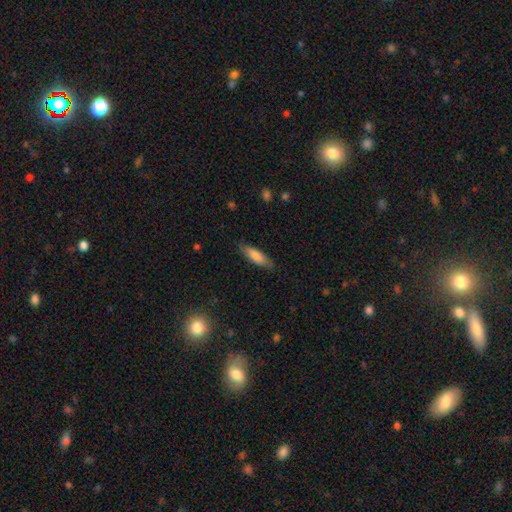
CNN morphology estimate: This is clearly a smooth galaxy (80%). How rounded: possibly cigar-shaped (58%). Merging: clearly none (83%).